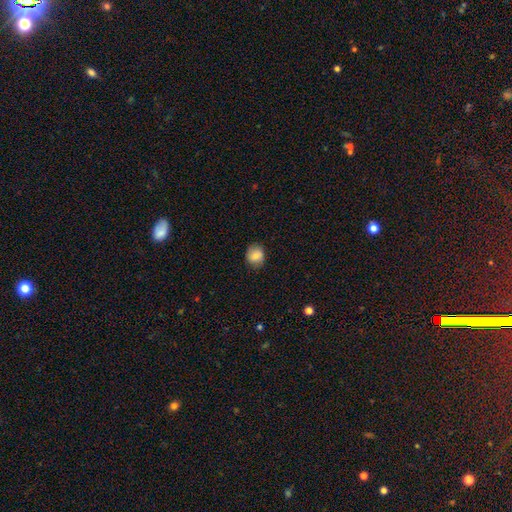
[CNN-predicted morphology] Smooth or featured? smooth (80%)
How rounded? round (75%)
Merging? none (82%)